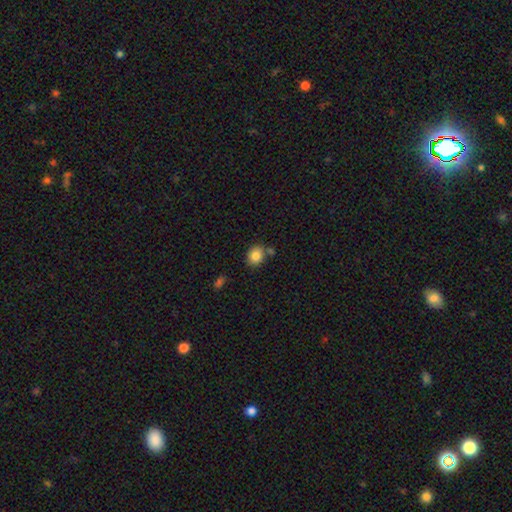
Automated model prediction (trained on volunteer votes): Q: Smooth or featured?
A: smooth (84%); runner-up: star or artifact (9%)
Q: How rounded?
A: round (59%); runner-up: in between (40%)
Q: Merging?
A: none (69%); runner-up: minor disturbance (14%)